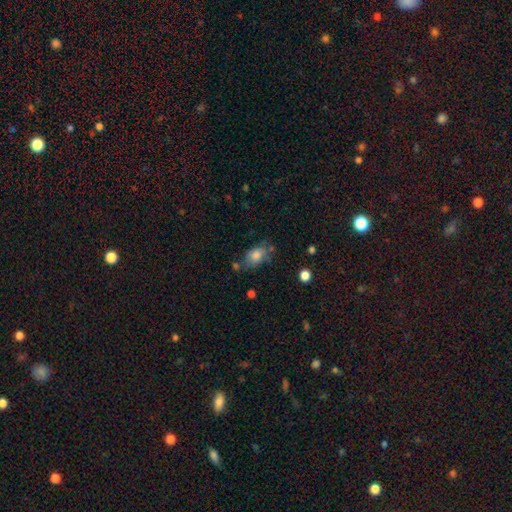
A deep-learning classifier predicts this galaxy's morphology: smooth_or_featured: smooth (p=0.79) [alt: featured or disk p=0.13]
how_rounded: in between (p=0.84) [alt: round p=0.14]
merging: none (p=0.58) [alt: minor disturbance p=0.24]